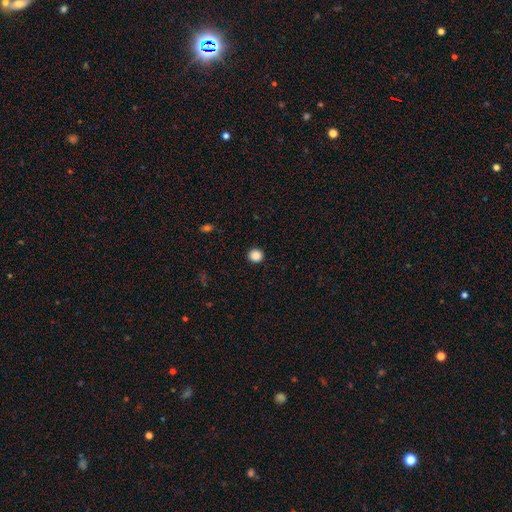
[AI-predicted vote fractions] smooth_or_featured: smooth (p=0.87) [alt: star or artifact p=0.10]
how_rounded: round (p=0.91) [alt: in between p=0.08]
merging: none (p=0.93) [alt: minor disturbance p=0.05]